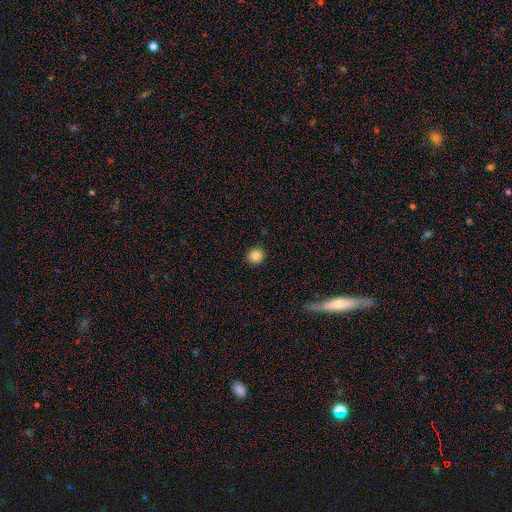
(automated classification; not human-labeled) Morphology: type=smooth (84%); roundness=round (89%); merging=none (92%).